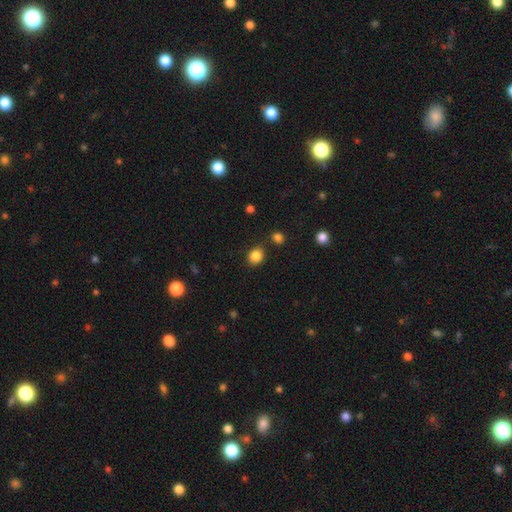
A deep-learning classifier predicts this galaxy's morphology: smooth 84%, star or artifact 11%, featured or disk 5%. Down the decision tree: how rounded — round (69%); merging — none (83%).